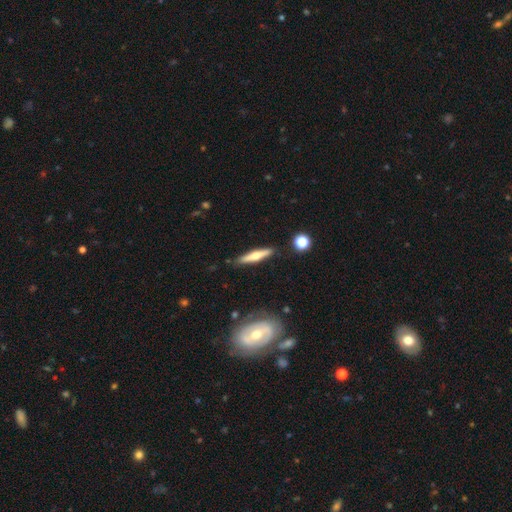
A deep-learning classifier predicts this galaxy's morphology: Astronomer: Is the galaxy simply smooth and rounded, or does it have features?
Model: featured or disk — 48% (runner-up: smooth, 45%).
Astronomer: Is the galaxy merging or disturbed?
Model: none — 86%.